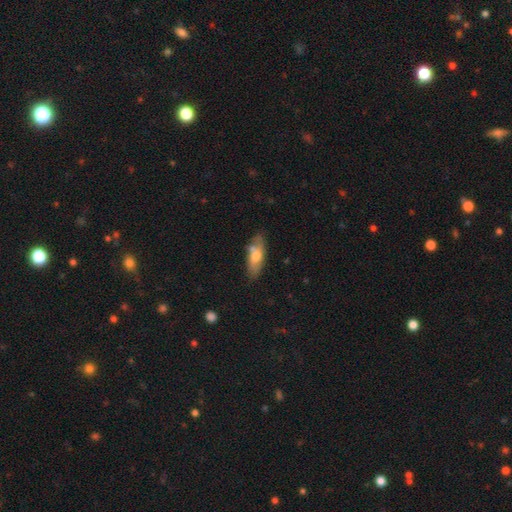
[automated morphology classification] Smooth or featured? Predicted: smooth (p=0.62). How rounded? Predicted: in between (p=0.63). Merging? Predicted: none (p=0.69).